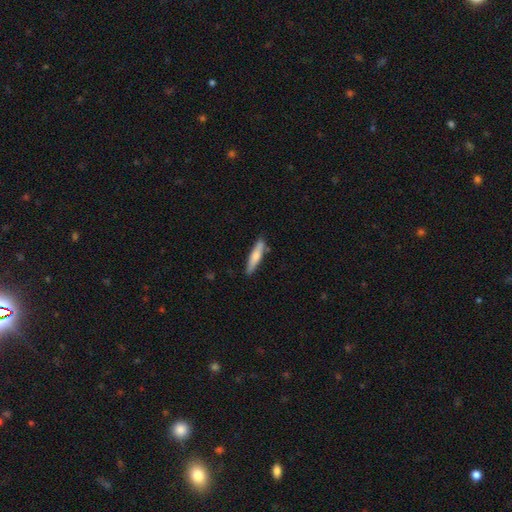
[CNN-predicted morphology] smooth-or-featured: smooth: 67% | featured or disk: 28% | star or artifact: 5%
  how-rounded: cigar-shaped: 85% | in between: 14% | round: 1%
  merging: none: 82% | minor disturbance: 12% | merger: 3% | major disturbance: 2%